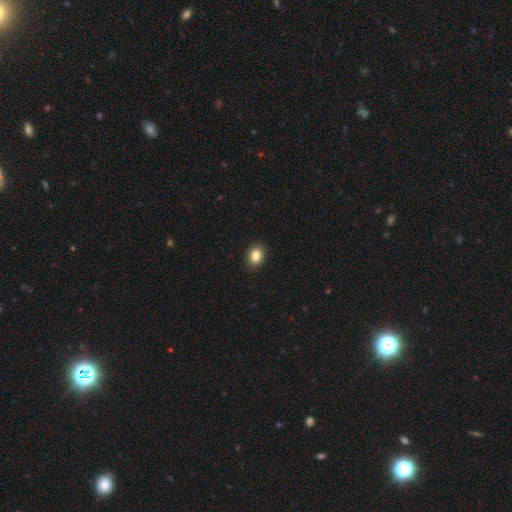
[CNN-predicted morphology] Overall: smooth (85%). How rounded: in between (65%; round 34%). Merging: none (91%).